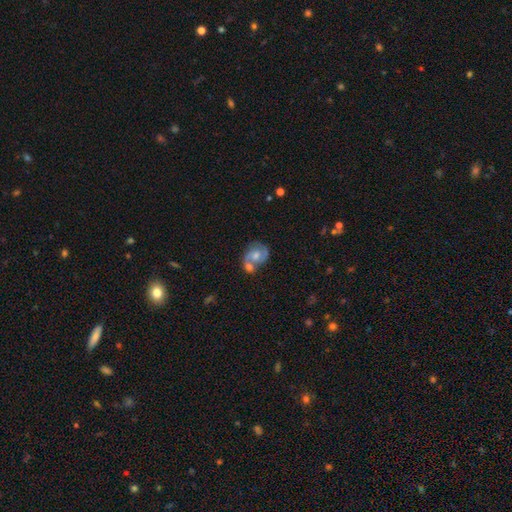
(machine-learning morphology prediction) The model was most divided on "merging": merger: 45%, none: 36%, minor disturbance: 13%, major disturbance: 6%. More confident: edge-on disk — no (97%); spiral arms — yes (87%); spiral arm count — 2 (82%); smooth or featured — featured or disk (65%); bar — no (63%); bulge size — moderate (62%); spiral winding — medium (52%).